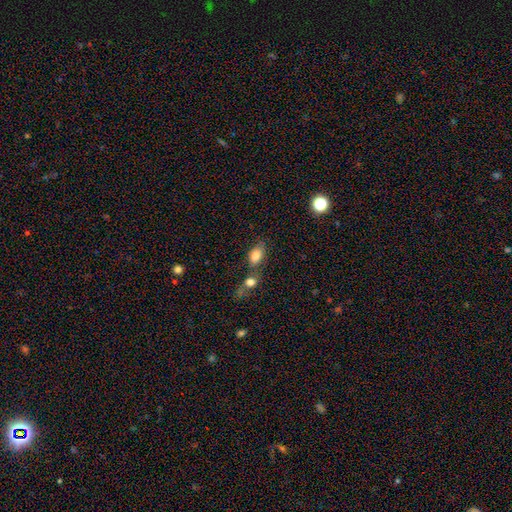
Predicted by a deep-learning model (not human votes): This appears to be a smooth galaxy with no disk features (81%) that is in between round and cigar-shaped (85%). Merging: none (40%).